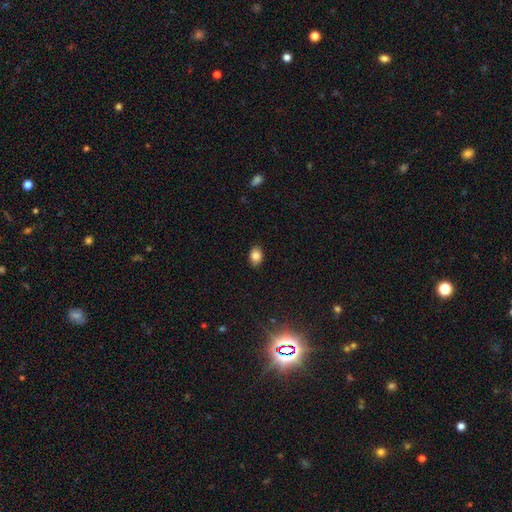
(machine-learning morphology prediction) A smooth galaxy with no disk features (84%) that is in between round and cigar-shaped (75%).

Vote fractions:
- Smooth or featured? smooth: 84% / star or artifact: 9% / featured or disk: 7%
- How rounded? in between: 75% / round: 24% / cigar-shaped: 1%
- Merging? none: 87% / minor disturbance: 10% / major disturbance: 2% / merger: 1%